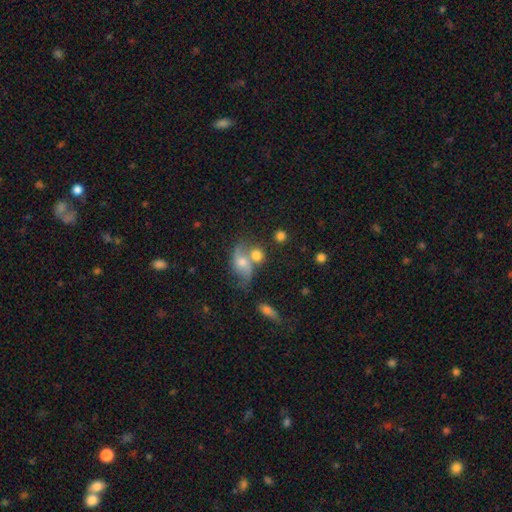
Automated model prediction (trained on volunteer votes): smooth 51%, featured or disk 36%, star or artifact 12%. Down the decision tree: how rounded — round (56%); merging — merger (41%).